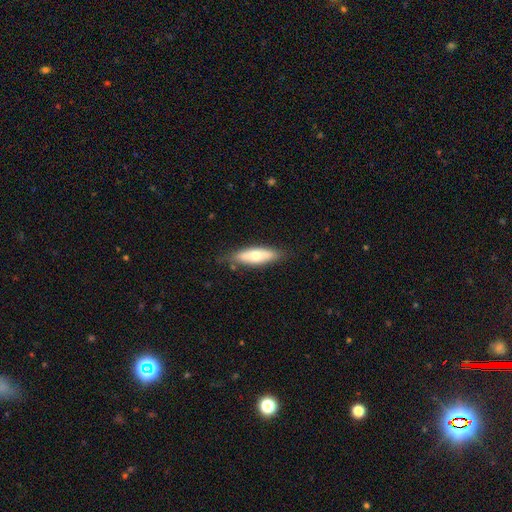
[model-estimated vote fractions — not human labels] A smooth galaxy with no disk features (63%) that is in between round and cigar-shaped (50%). Merging: none (79%).